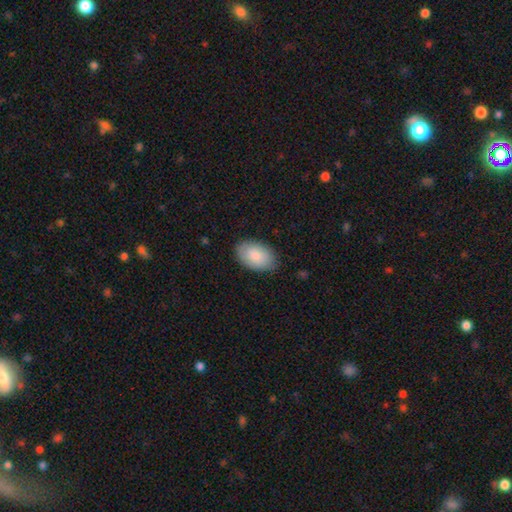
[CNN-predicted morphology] Overall: smooth (84%). How rounded: in between (92%). Merging: none (82%).